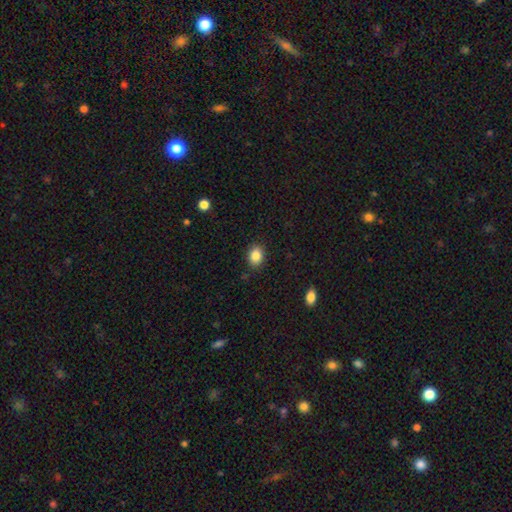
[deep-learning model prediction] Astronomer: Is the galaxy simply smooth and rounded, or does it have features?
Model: smooth — 86%.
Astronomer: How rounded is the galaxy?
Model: in between — 58% (runner-up: round, 41%).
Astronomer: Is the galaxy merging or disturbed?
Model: none — 87%.